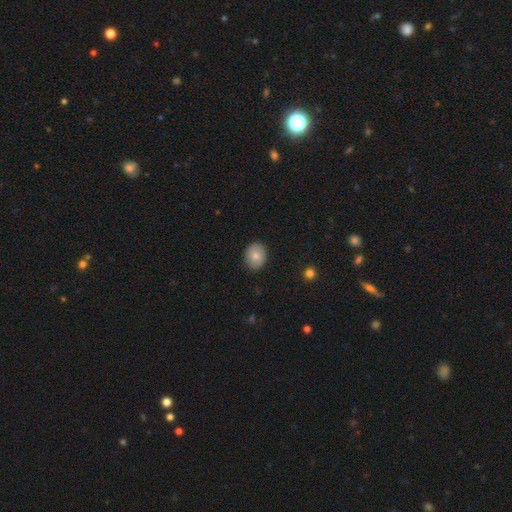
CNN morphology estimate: Smooth or featured?
  - smooth: 79% *
  - featured or disk: 13%
  - star or artifact: 8%
How rounded?
  - in between: 51% *
  - round: 48%
  - cigar-shaped: 1%
Merging?
  - none: 87% *
  - minor disturbance: 10%
  - major disturbance: 2%
  - merger: 1%